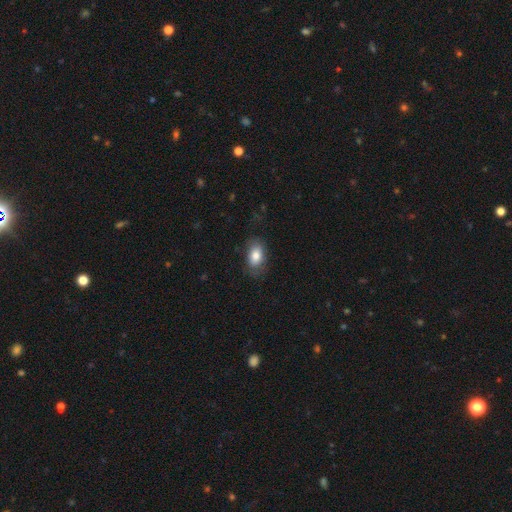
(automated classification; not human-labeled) Morphology: type=smooth (81%); roundness=in between (89%); merging=none (75%).